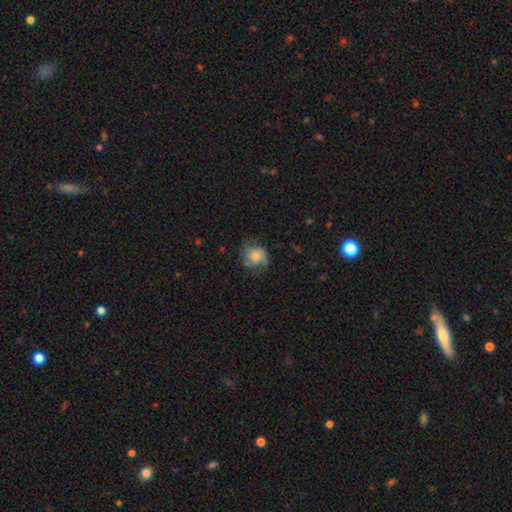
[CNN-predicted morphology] type=smooth (62%); roundness=round (79%); merging=none (61%).